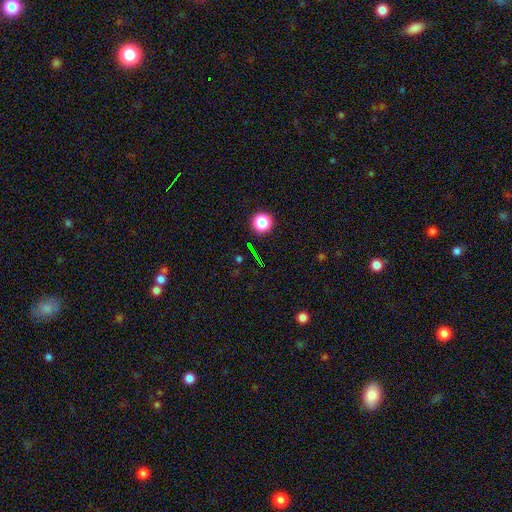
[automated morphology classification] Overall: star or artifact (65%).